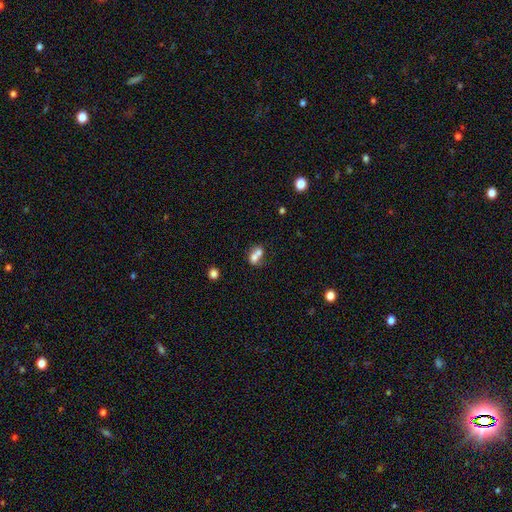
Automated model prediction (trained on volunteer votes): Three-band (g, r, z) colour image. It shows a smooth galaxy with no disk features (68%) that is in between round and cigar-shaped (64%). Merging: merger (65%).